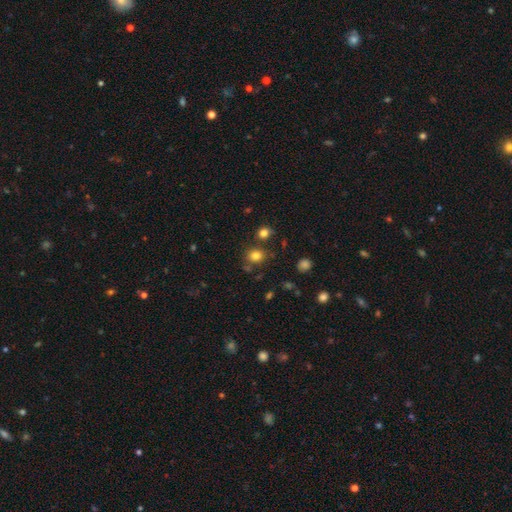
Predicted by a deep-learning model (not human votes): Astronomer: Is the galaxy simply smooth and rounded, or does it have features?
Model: smooth — 80%.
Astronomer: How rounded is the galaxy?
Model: round — 71%.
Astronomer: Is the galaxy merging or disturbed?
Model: none — 75%.